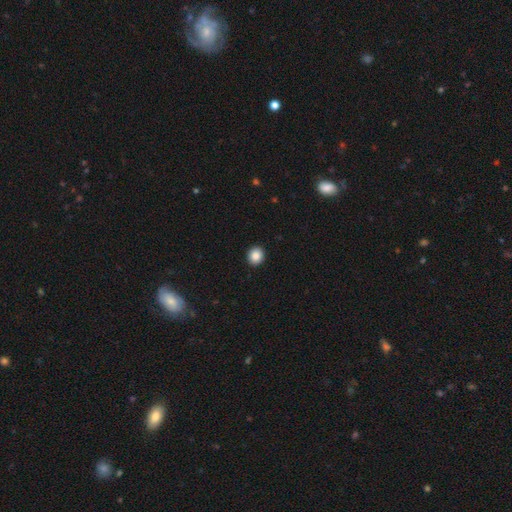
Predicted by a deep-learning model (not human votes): Smooth or featured? Predicted: smooth (p=0.87). How rounded? Predicted: round (p=0.83). Merging? Predicted: none (p=0.93).